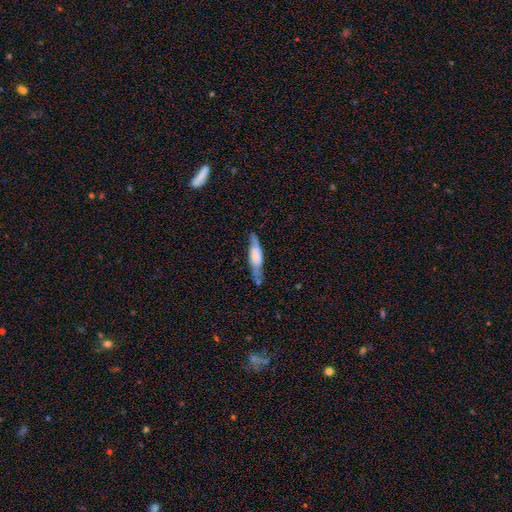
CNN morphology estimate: Smooth or featured: smooth — 54% (featured or disk — 40%)
How rounded: cigar-shaped — 72% (in between — 26%)
Merging: none — 67% (minor disturbance — 24%)